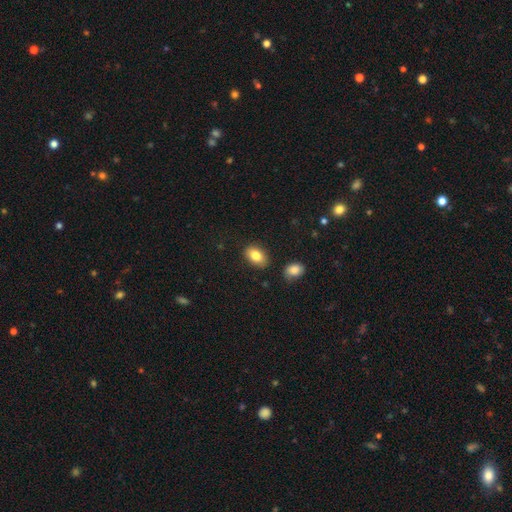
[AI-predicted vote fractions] Smooth or featured?
  - smooth: 84% *
  - featured or disk: 9%
  - star or artifact: 8%
How rounded?
  - in between: 88% *
  - round: 11%
  - cigar-shaped: 1%
Merging?
  - none: 84% *
  - minor disturbance: 10%
  - merger: 3%
  - major disturbance: 2%